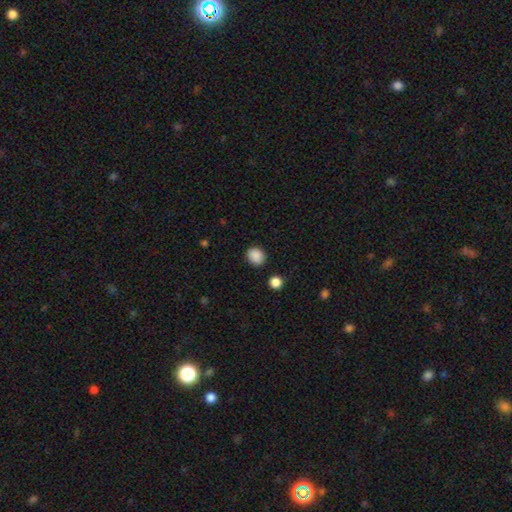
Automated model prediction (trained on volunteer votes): This appears to be a smooth galaxy with no disk features (88%) that is round (64%). Merging: none (87%).